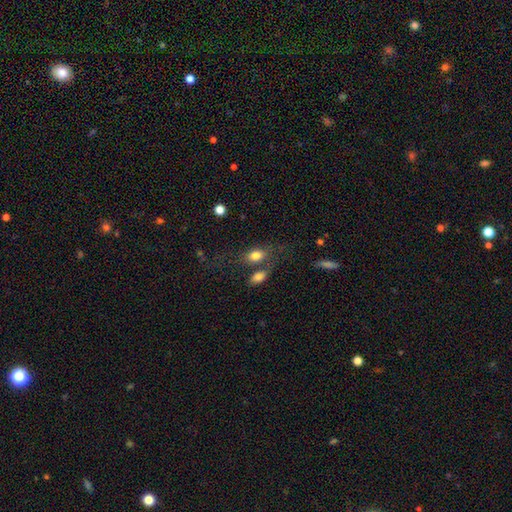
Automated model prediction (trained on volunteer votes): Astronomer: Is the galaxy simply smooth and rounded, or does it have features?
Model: smooth — 79%.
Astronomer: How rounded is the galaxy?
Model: in between — 82%.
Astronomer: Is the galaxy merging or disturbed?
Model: none — 50% (runner-up: merger, 27%).